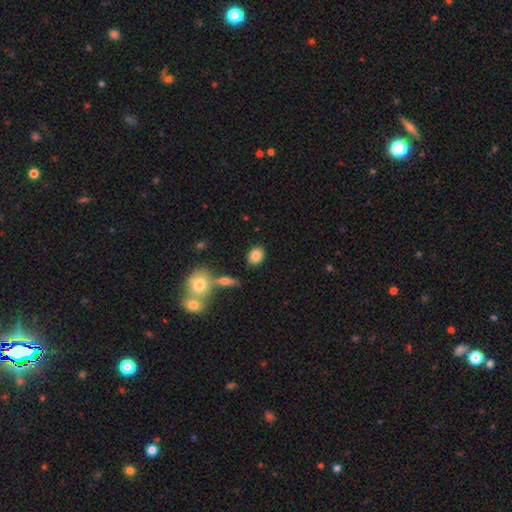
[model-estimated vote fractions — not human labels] Smooth or featured: smooth — 84% (featured or disk — 8%)
How rounded: in between — 64% (round — 34%)
Merging: none — 82% (minor disturbance — 11%)